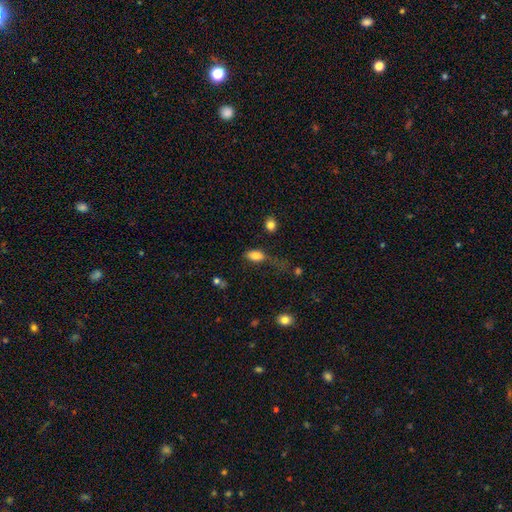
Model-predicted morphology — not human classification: Q: Smooth or featured?
A: smooth (82%); runner-up: featured or disk (10%)
Q: How rounded?
A: in between (89%); runner-up: round (6%)
Q: Merging?
A: none (47%); runner-up: minor disturbance (27%)